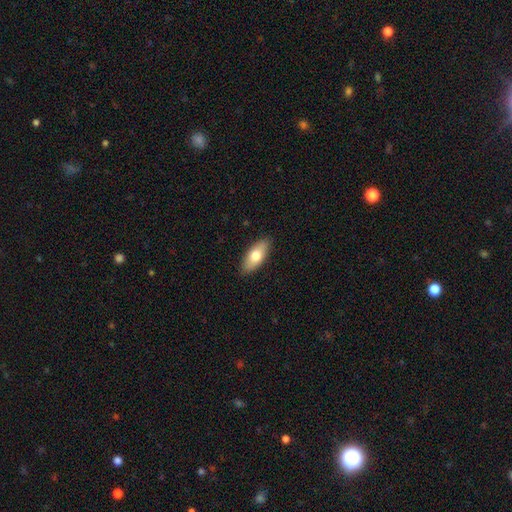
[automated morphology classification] Smooth or featured?
  - smooth: 72% *
  - featured or disk: 22%
  - star or artifact: 6%
How rounded?
  - in between: 83% *
  - cigar-shaped: 14%
  - round: 3%
Merging?
  - none: 89% *
  - minor disturbance: 9%
  - major disturbance: 2%
  - merger: 1%